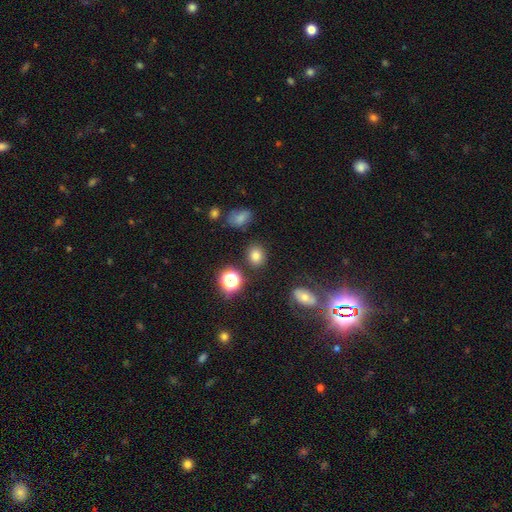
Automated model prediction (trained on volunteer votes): A smooth galaxy with no disk features (75%) that is round (67%).

Vote fractions:
- Smooth or featured? smooth: 75% / star or artifact: 18% / featured or disk: 7%
- How rounded? round: 67% / in between: 32% / cigar-shaped: 1%
- Merging? none: 85% / minor disturbance: 9% / merger: 3% / major disturbance: 3%